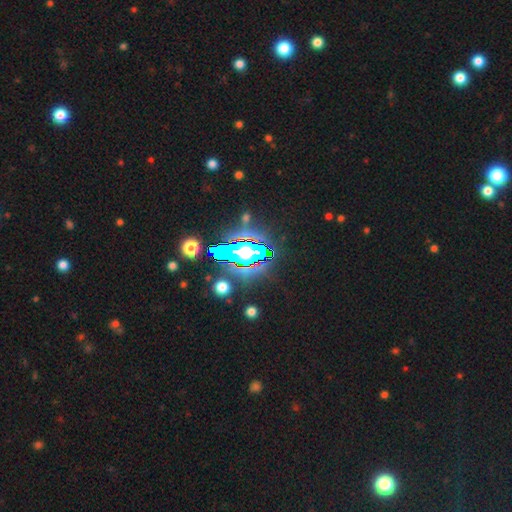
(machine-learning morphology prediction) smooth-or-featured: star or artifact: 63% | smooth: 24% | featured or disk: 13%